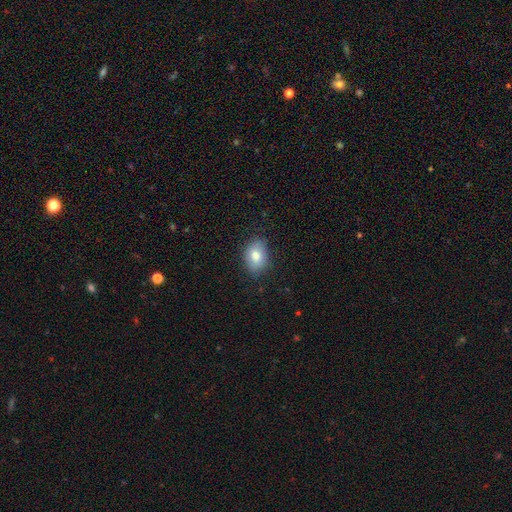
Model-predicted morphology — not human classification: Overall: smooth (79%). How rounded: in between (80%). Merging: none (81%).